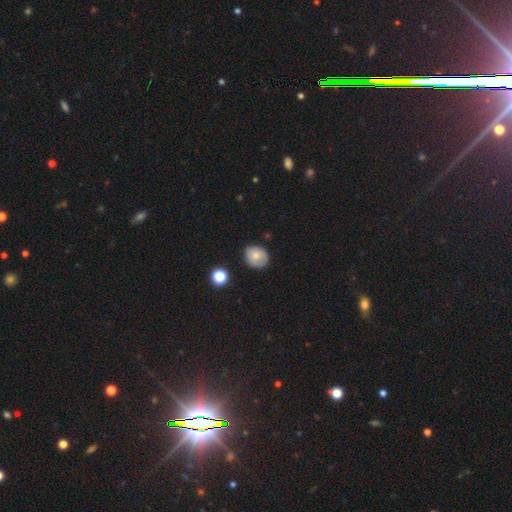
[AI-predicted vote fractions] Smooth or featured?
  - smooth: 68% *
  - featured or disk: 23%
  - star or artifact: 9%
How rounded?
  - round: 68% *
  - in between: 32%
  - cigar-shaped: 1%
Merging?
  - none: 74% *
  - minor disturbance: 20%
  - major disturbance: 4%
  - merger: 2%